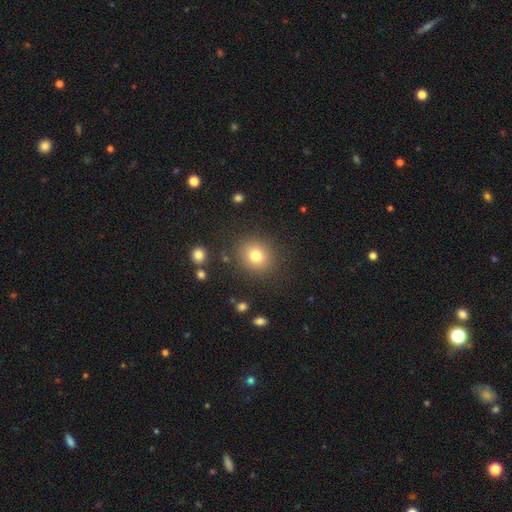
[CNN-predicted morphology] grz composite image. It shows a smooth galaxy with no disk features (78%) that is round (83%). Merging: none (87%).